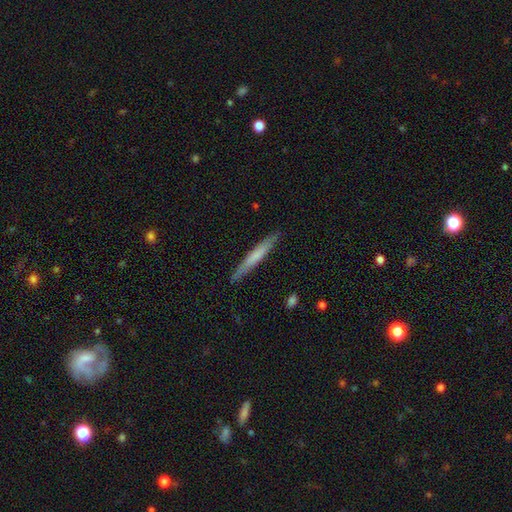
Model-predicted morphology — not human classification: type=smooth (58%); roundness=cigar-shaped (96%); merging=none (89%).